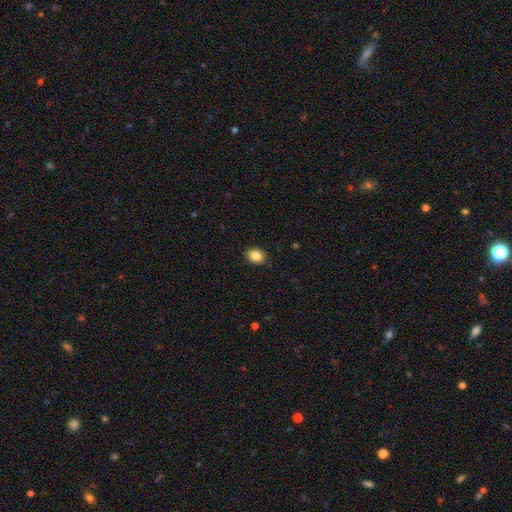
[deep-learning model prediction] smooth_or_featured: smooth (p=0.85) [alt: star or artifact p=0.09]
how_rounded: in between (p=0.51) [alt: round p=0.49]
merging: none (p=0.90) [alt: minor disturbance p=0.07]